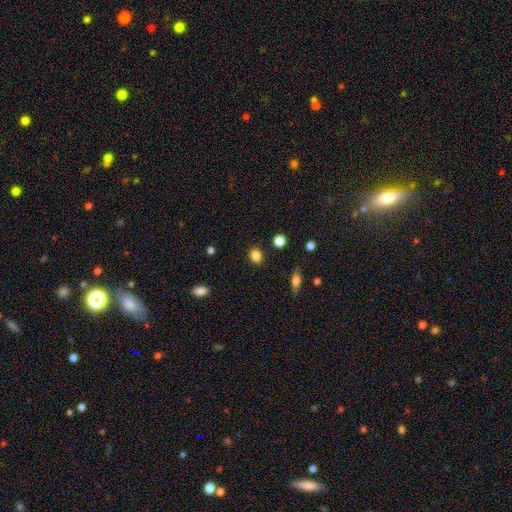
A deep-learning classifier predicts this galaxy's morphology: The model was most divided on "how rounded": in between: 52%, round: 46%, cigar-shaped: 2%. More confident: merging — none (88%); smooth or featured — smooth (85%).